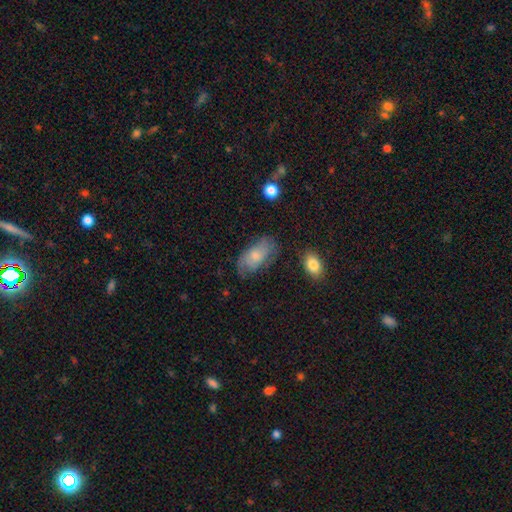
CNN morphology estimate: smooth 64%, featured or disk 29%, star or artifact 8%. Down the decision tree: how rounded — in between (93%); merging — none (62%).